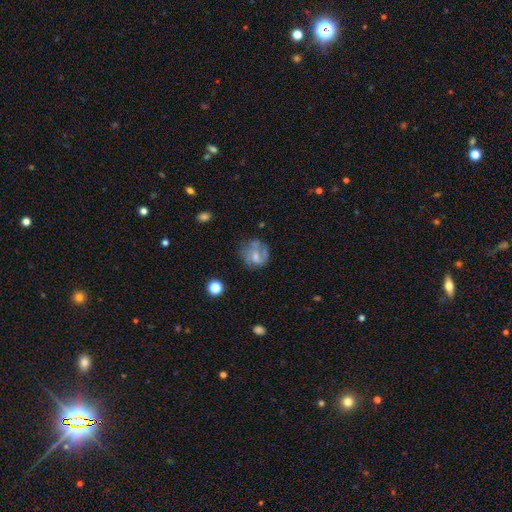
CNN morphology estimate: smooth-or-featured: featured or disk: 47% | smooth: 42% | star or artifact: 11%
  merging: none: 50% | minor disturbance: 23% | major disturbance: 22% | merger: 5%